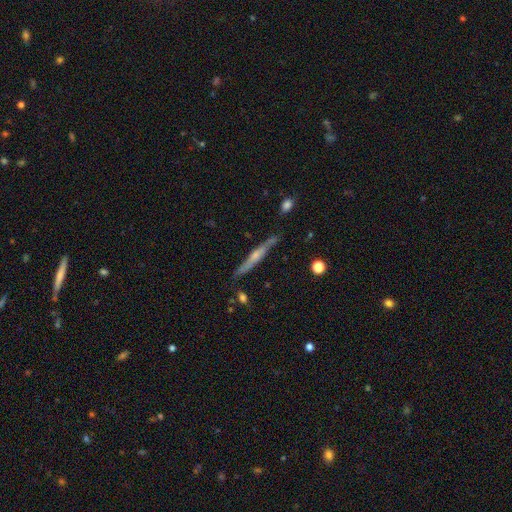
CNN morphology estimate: The model was most divided on "edge-on bulge": rounded: 63%, none: 27%, boxy: 10%. More confident: edge-on disk — yes (95%); merging — none (81%); smooth or featured — featured or disk (65%).